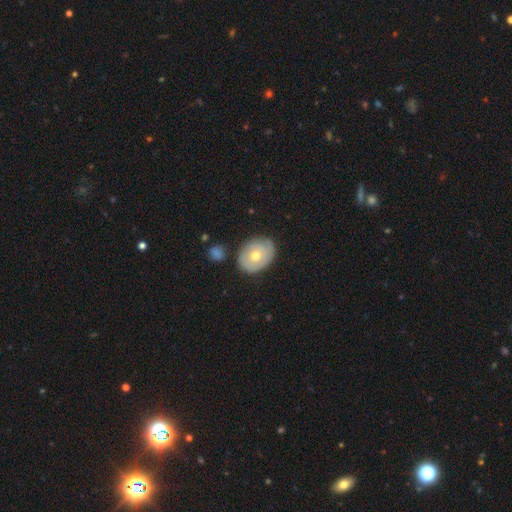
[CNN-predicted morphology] Overall: smooth (57%; featured or disk 36%). How rounded: in between (64%; round 35%). Merging: none (75%).